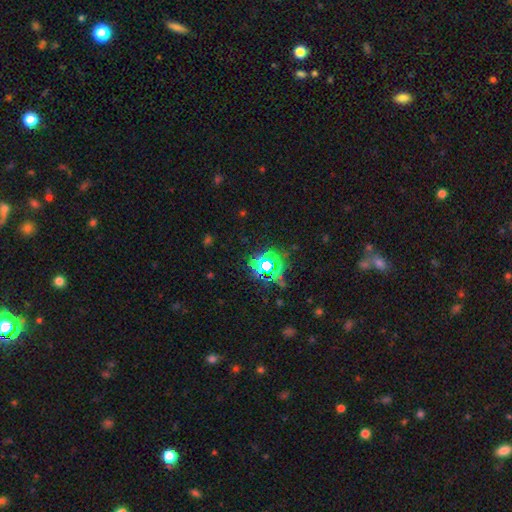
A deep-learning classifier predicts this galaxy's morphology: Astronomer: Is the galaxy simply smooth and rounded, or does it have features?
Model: star or artifact — 73%.